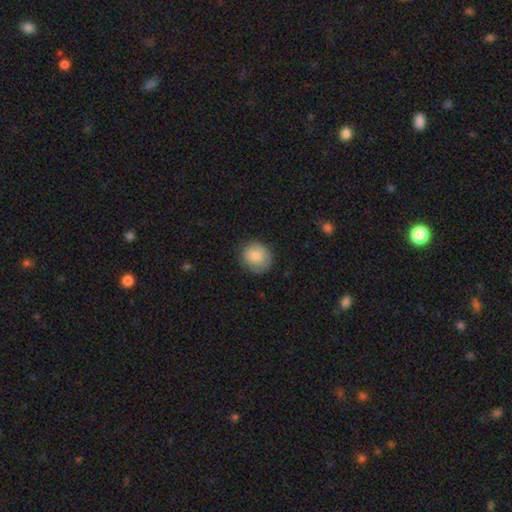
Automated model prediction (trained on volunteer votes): smooth_or_featured: smooth (p=0.85) [alt: star or artifact p=0.07]
how_rounded: round (p=0.87) [alt: in between p=0.12]
merging: none (p=0.79) [alt: minor disturbance p=0.16]